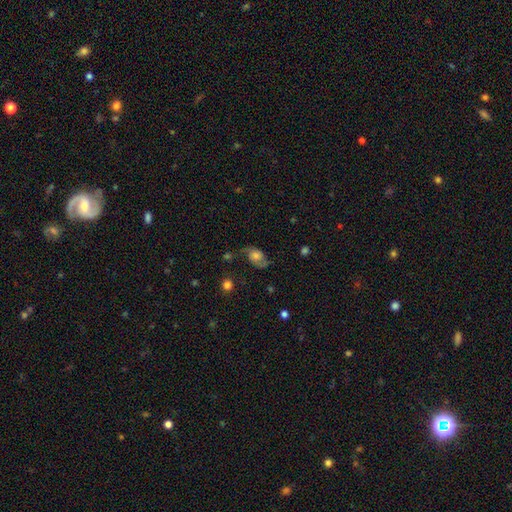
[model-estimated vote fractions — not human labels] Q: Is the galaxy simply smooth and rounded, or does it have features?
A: featured or disk — 67%.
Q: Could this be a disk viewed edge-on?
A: no — 96%.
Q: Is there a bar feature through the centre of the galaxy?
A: no — 72%.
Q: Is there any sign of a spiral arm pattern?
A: yes — 91%.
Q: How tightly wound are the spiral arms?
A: loose — 49%.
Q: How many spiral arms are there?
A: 2 — 87%.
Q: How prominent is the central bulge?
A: moderate — 49%.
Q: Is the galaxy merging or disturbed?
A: none — 58%.